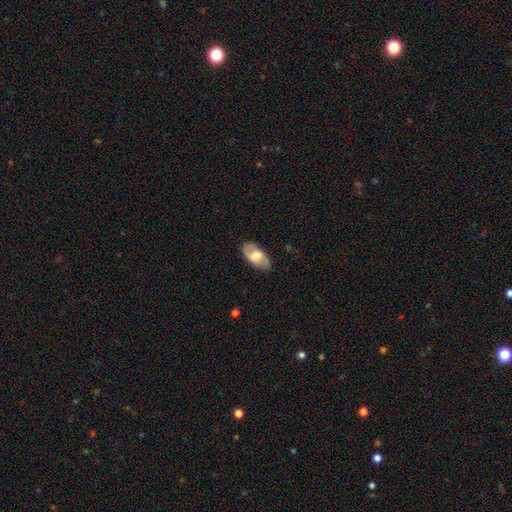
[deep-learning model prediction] Morphology: type=featured or disk (51%); edge-on=no (90%); merging=none (83%).